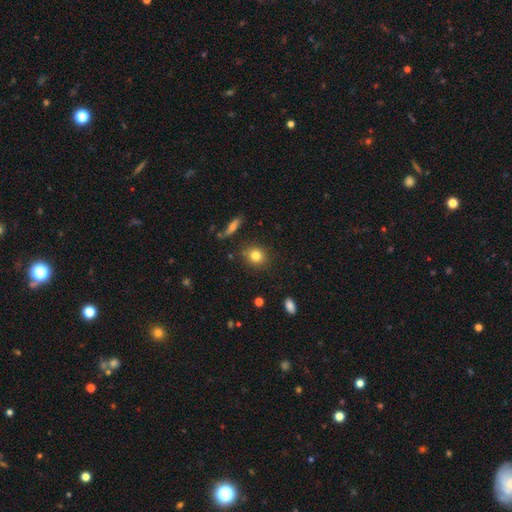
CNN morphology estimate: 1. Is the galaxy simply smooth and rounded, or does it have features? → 82% smooth, 10% star or artifact, 8% featured or disk.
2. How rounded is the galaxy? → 75% round, 24% in between, 2% cigar-shaped.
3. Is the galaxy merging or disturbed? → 85% none, 10% minor disturbance, 3% major disturbance, 3% merger.